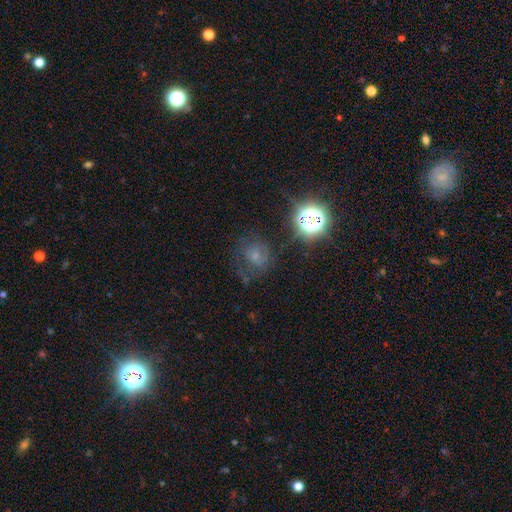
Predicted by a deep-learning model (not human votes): Smooth or featured? Predicted: smooth (p=0.41). Merging? Predicted: none (p=0.59).